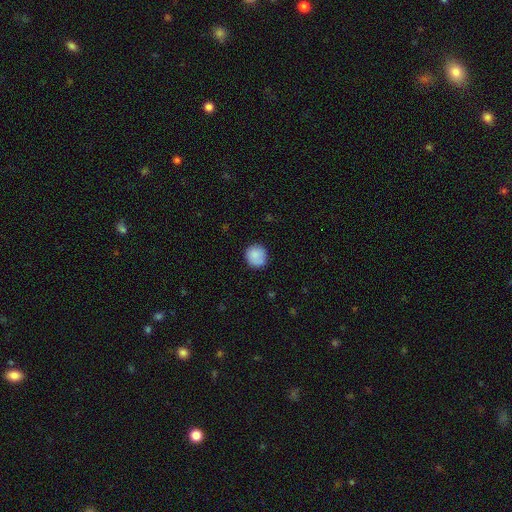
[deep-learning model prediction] Smooth or featured? Predicted: smooth (p=0.86). How rounded? Predicted: round (p=0.90). Merging? Predicted: none (p=0.80).